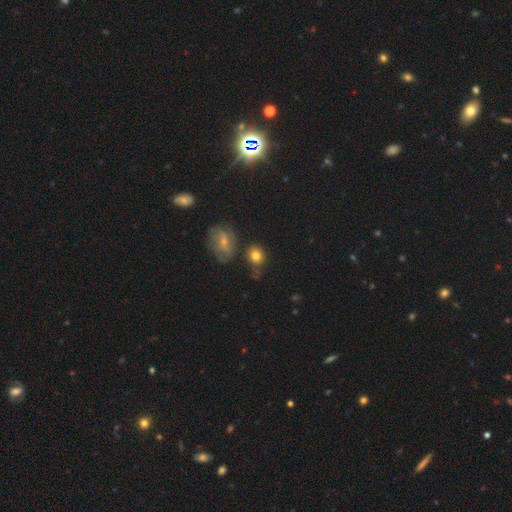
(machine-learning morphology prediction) type=smooth (78%); roundness=round (69%); merging=none (65%).